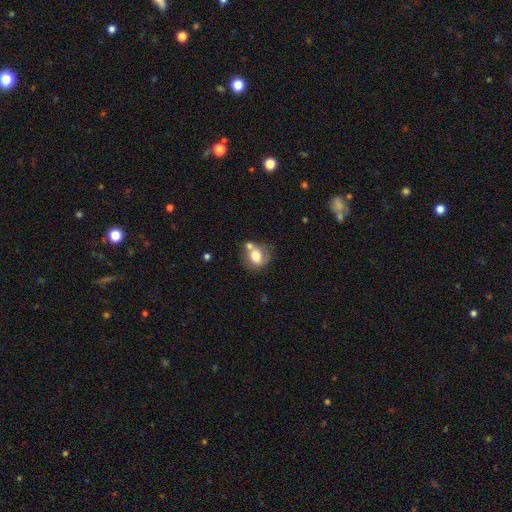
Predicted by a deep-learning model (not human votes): A smooth galaxy with no disk features (74%) that is round (59%).

Vote fractions:
- Smooth or featured? smooth: 74% / featured or disk: 16% / star or artifact: 9%
- How rounded? round: 59% / in between: 40% / cigar-shaped: 1%
- Merging? none: 42% / merger: 32% / minor disturbance: 18% / major disturbance: 8%